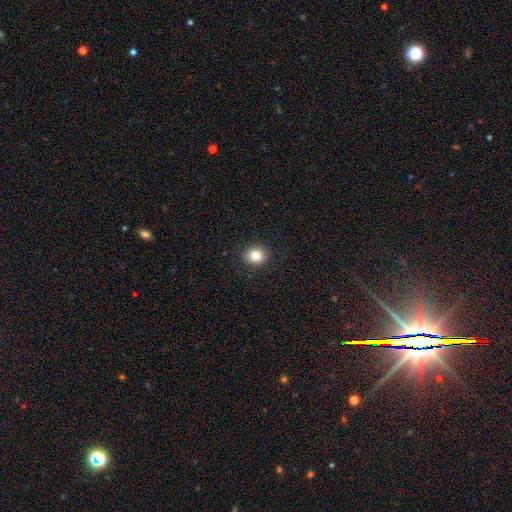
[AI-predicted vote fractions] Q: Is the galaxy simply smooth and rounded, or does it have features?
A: smooth — 84%.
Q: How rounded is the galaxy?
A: round — 72%.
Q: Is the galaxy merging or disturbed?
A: none — 90%.